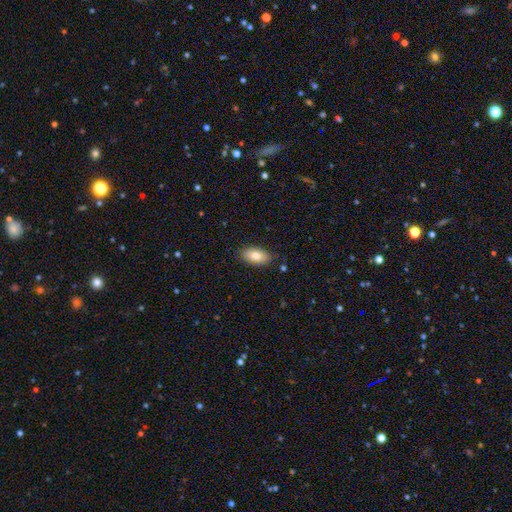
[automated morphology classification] Smooth or featured: smooth — 81% (featured or disk — 12%)
How rounded: in between — 93% (cigar-shaped — 4%)
Merging: none — 84% (minor disturbance — 12%)